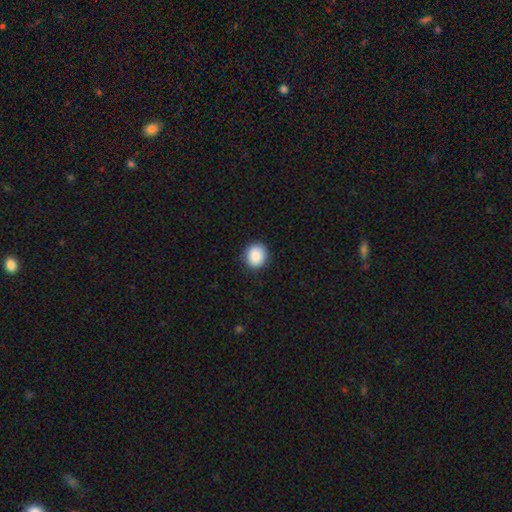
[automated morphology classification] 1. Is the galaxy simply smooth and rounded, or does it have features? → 88% smooth, 8% star or artifact, 4% featured or disk.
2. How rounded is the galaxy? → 79% round, 20% in between, 1% cigar-shaped.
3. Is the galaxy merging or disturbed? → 90% none, 7% minor disturbance, 2% major disturbance, 1% merger.